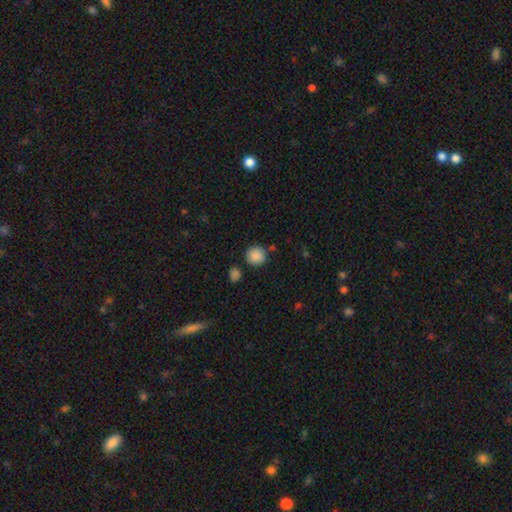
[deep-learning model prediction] smooth 88%, star or artifact 8%, featured or disk 4%. Down the decision tree: how rounded — round (92%); merging — none (82%).